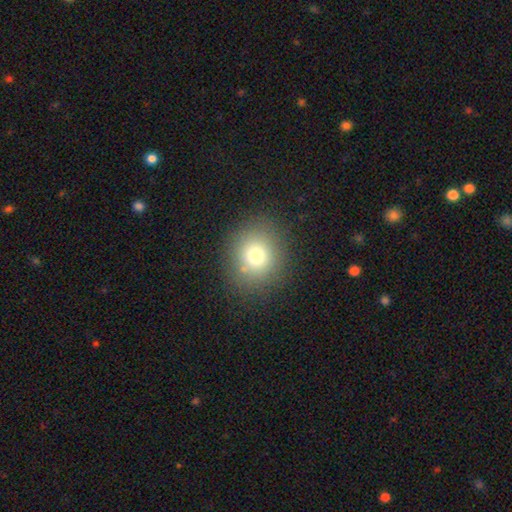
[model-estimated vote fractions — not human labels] Smooth or featured? smooth (73%)
How rounded? round (83%)
Merging? none (84%)